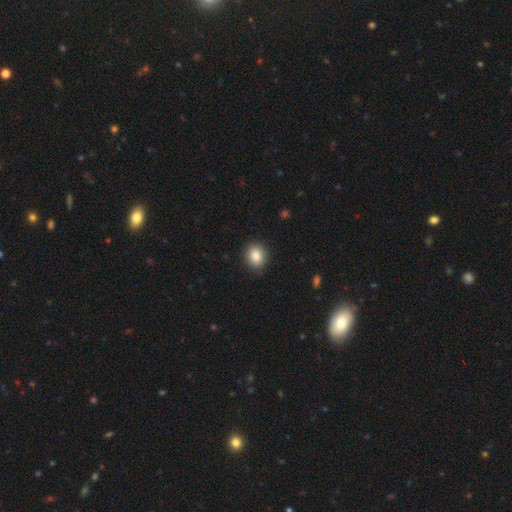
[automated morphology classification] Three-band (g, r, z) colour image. It shows a smooth galaxy with no disk features (86%) that is round (65%). Merging: none (88%).